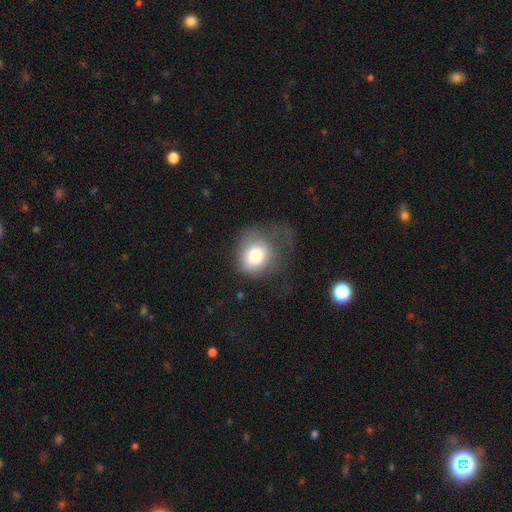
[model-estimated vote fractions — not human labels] This is likely a smooth galaxy (76%). How rounded: likely round (70%). Merging: marginally major disturbance (38%).